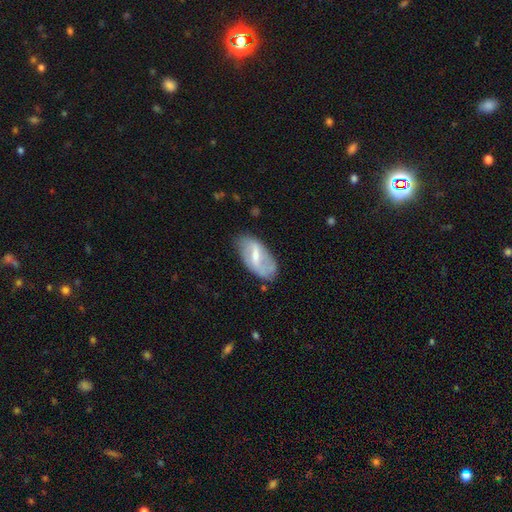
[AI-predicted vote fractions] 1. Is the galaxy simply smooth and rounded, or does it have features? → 59% featured or disk, 35% smooth, 6% star or artifact.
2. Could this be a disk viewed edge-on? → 92% no, 8% yes.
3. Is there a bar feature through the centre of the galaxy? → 45% strong, 44% weak, 11% no.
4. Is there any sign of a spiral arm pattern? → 58% yes, 42% no.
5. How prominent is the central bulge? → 46% moderate, 40% small, 8% none, 4% large, 1% dominant.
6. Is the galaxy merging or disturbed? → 69% none, 22% minor disturbance, 7% major disturbance, 2% merger.